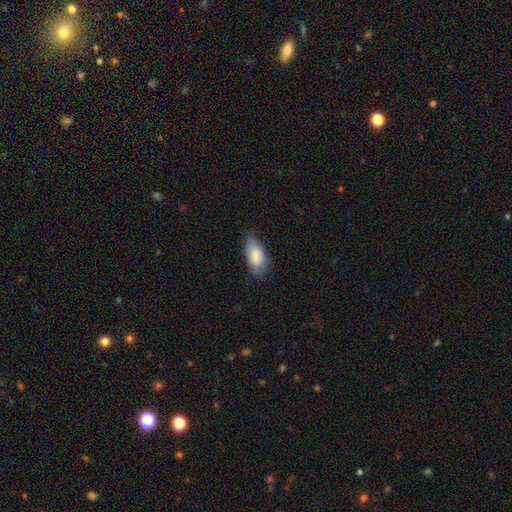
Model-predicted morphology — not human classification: The model was most divided on "merging": none: 67%, minor disturbance: 27%, major disturbance: 5%, merger: 1%. More confident: how rounded — in between (91%); smooth or featured — smooth (83%).